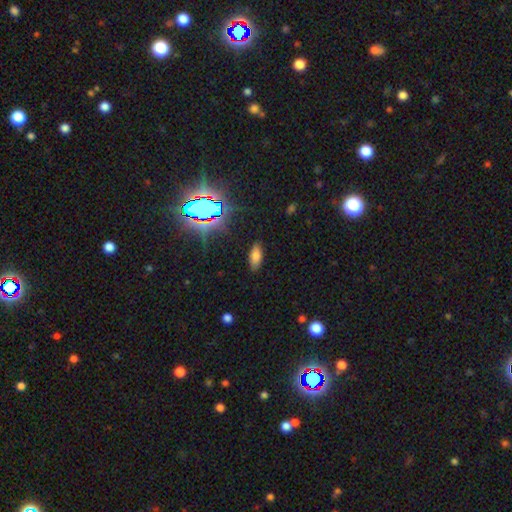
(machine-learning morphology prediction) Q: Smooth or featured?
A: smooth (72%); runner-up: star or artifact (18%)
Q: How rounded?
A: in between (85%); runner-up: cigar-shaped (12%)
Q: Merging?
A: none (85%); runner-up: minor disturbance (11%)